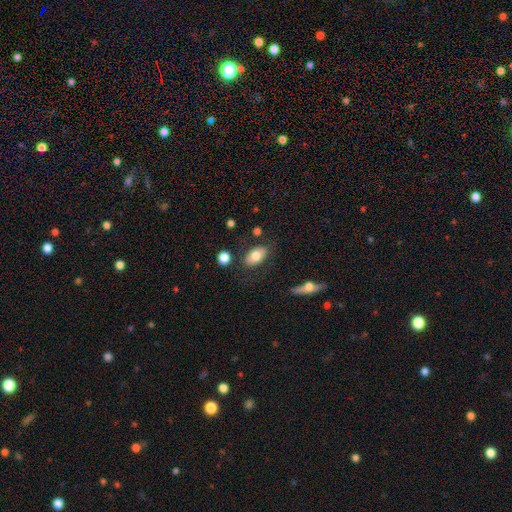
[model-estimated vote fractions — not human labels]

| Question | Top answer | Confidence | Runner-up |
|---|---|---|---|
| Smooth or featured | smooth | 76% | featured or disk (17%) |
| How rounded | in between | 91% | round (7%) |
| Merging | none | 79% | minor disturbance (13%) |